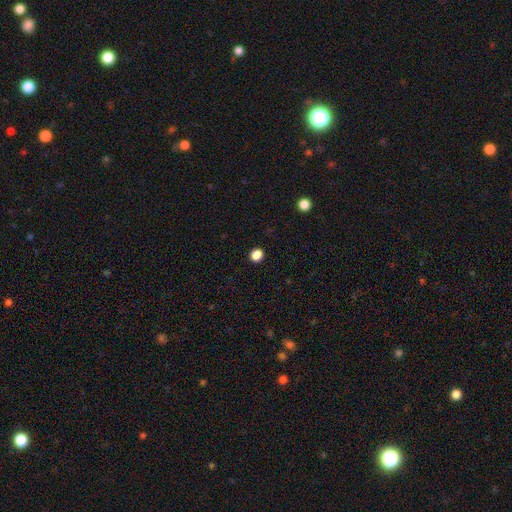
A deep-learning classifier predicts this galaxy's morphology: A smooth galaxy with no disk features (85%) that is round (79%).

Vote fractions:
- Smooth or featured? smooth: 85% / star or artifact: 12% / featured or disk: 3%
- How rounded? round: 79% / in between: 20% / cigar-shaped: 1%
- Merging? none: 92% / minor disturbance: 5% / major disturbance: 2% / merger: 1%